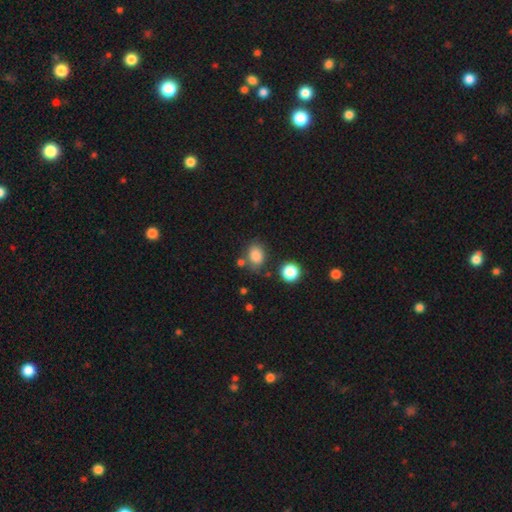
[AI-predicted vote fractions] smooth 83%, star or artifact 11%, featured or disk 6%. Down the decision tree: how rounded — in between (59%); merging — none (70%).